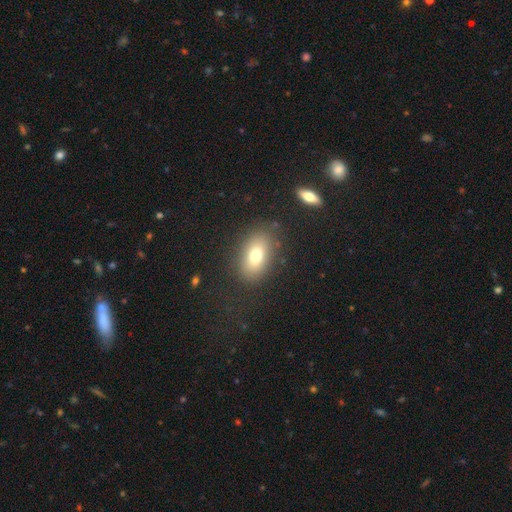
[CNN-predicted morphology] type=smooth (75%); roundness=in between (86%); merging=none (82%).